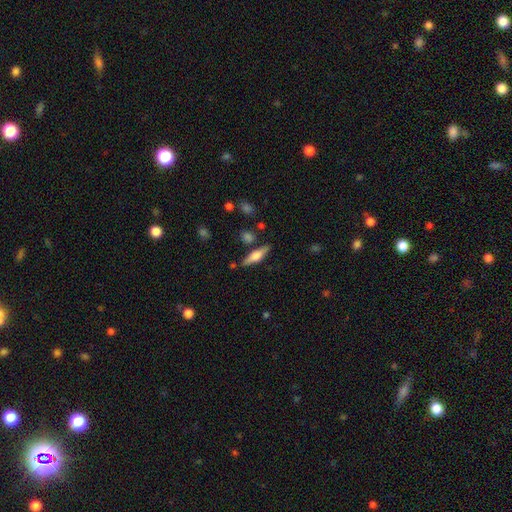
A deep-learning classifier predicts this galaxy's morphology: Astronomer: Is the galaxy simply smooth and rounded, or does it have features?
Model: featured or disk — 49% (runner-up: smooth, 44%).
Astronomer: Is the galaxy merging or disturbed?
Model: none — 80%.